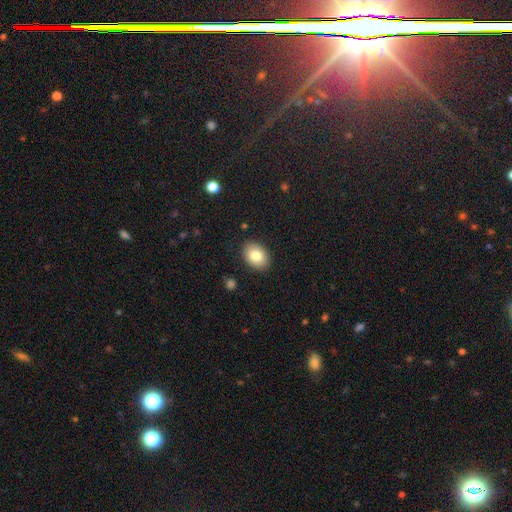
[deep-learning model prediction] smooth 83%, featured or disk 10%, star or artifact 8%. Down the decision tree: how rounded — in between (70%); merging — none (88%).